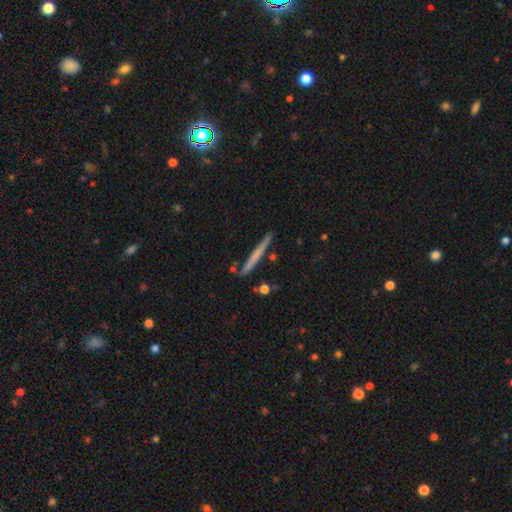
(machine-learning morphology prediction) type=smooth (50%); merging=none (87%).